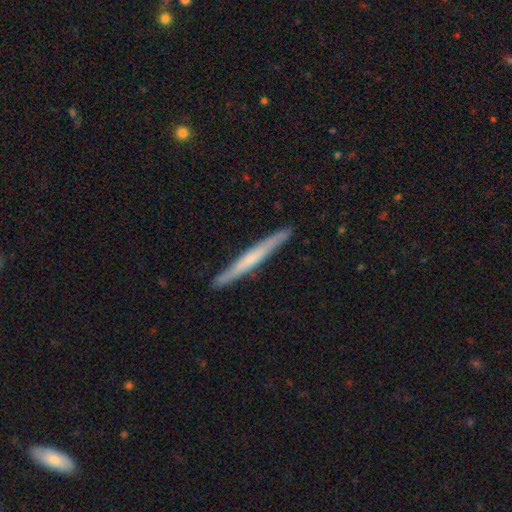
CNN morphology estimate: This appears to be a featured or disk galaxy (52%) viewed edge-on (96%). Merging: none (90%).